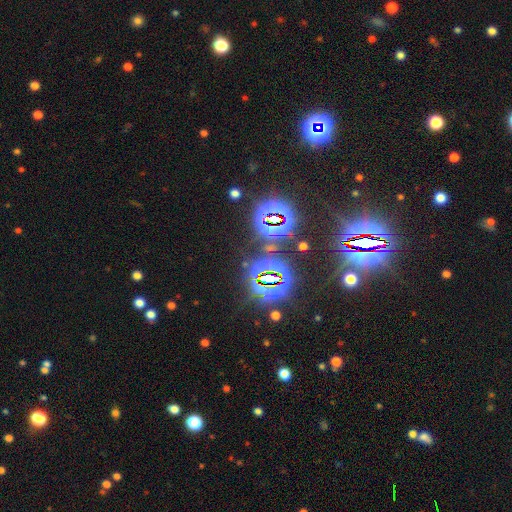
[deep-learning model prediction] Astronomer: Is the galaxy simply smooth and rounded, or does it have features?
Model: star or artifact — 83%.